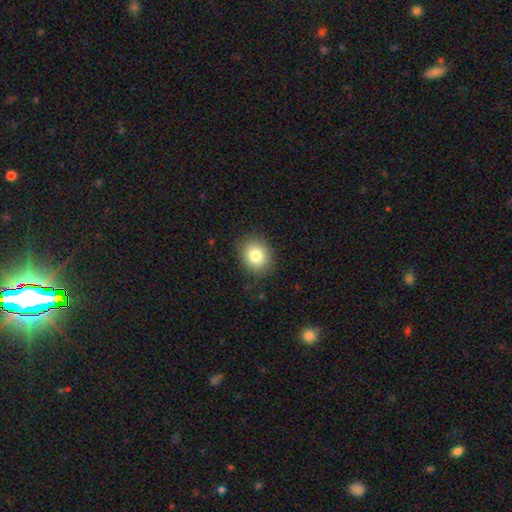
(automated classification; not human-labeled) The model was most divided on "how rounded": round: 61%, in between: 38%, cigar-shaped: 1%. More confident: merging — none (86%); smooth or featured — smooth (82%).